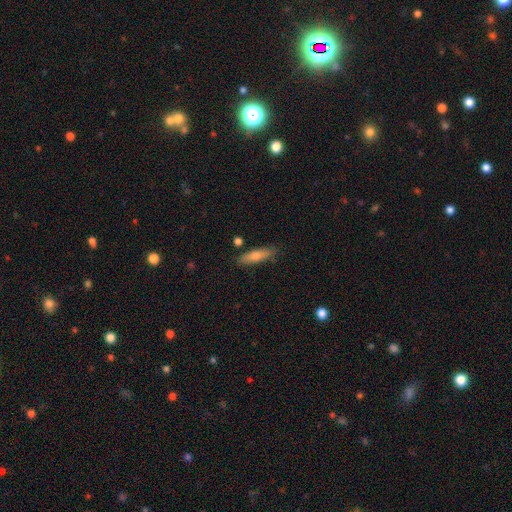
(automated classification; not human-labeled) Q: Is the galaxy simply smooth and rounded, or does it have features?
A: smooth — 57%.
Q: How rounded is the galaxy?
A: cigar-shaped — 72%.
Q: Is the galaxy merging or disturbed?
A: none — 85%.